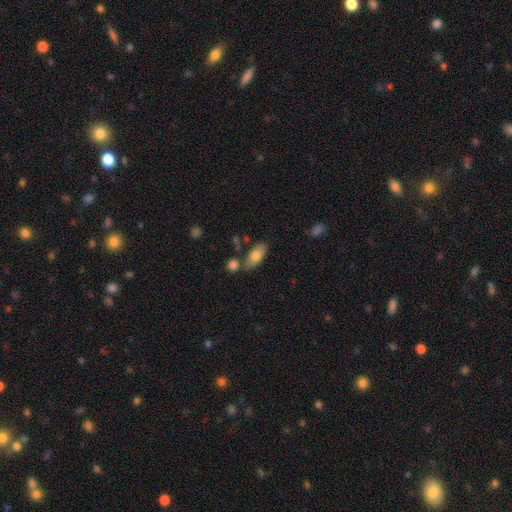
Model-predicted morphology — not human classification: Q: Smooth or featured?
A: smooth (75%); runner-up: featured or disk (19%)
Q: How rounded?
A: in between (87%); runner-up: cigar-shaped (9%)
Q: Merging?
A: none (65%); runner-up: merger (16%)